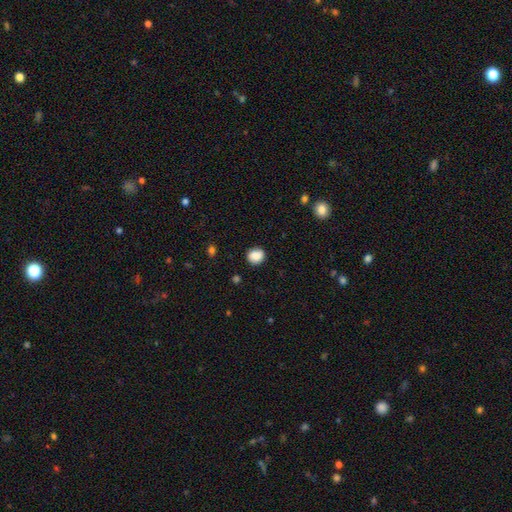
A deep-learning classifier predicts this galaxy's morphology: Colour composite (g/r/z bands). It shows a smooth galaxy with no disk features (86%) that is round (76%). Merging: none (84%).